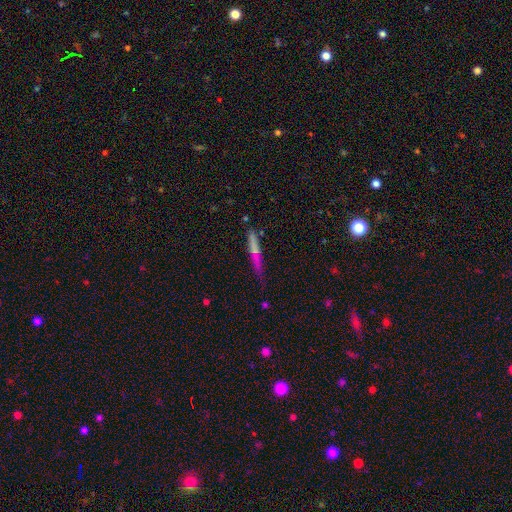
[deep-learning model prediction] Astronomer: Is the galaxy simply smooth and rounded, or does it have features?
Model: smooth — 46% (runner-up: featured or disk, 44%).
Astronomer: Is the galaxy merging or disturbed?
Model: none — 78%.